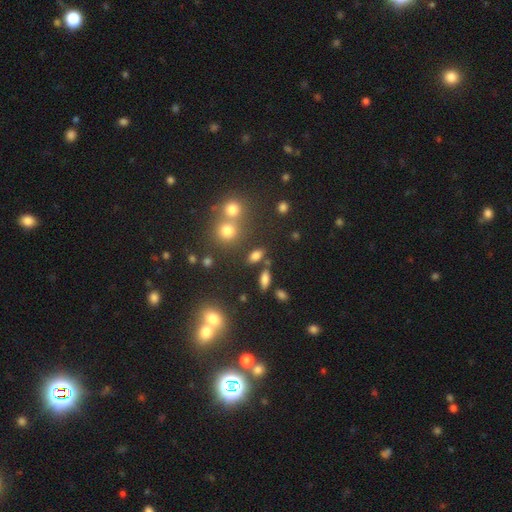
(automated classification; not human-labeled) This is likely a smooth galaxy (73%). How rounded: likely in between (78%). Merging: likely none (67%).